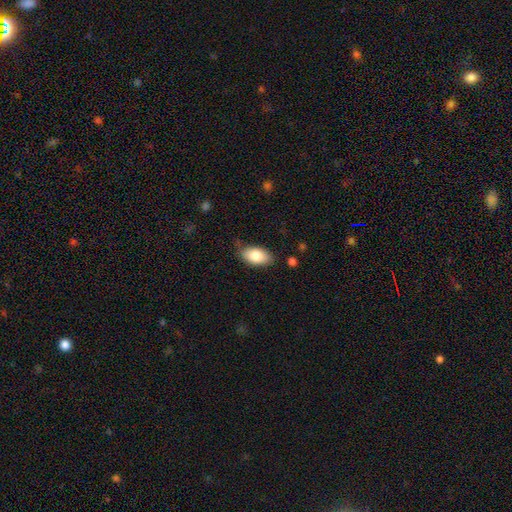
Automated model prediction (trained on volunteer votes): Q: Smooth or featured?
A: smooth (85%); runner-up: featured or disk (9%)
Q: How rounded?
A: in between (93%); runner-up: round (4%)
Q: Merging?
A: none (76%); runner-up: minor disturbance (19%)